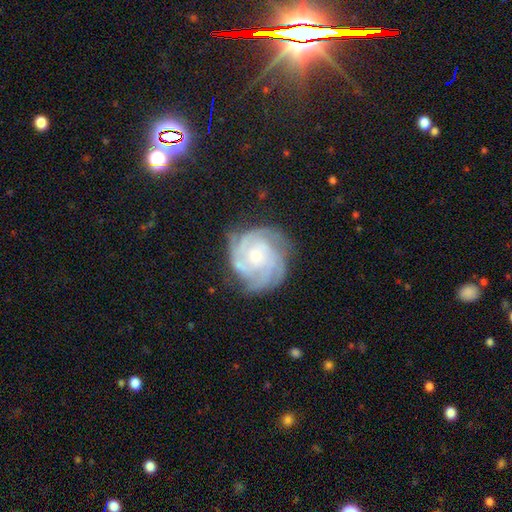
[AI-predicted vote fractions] Morphology: type=featured or disk (85%); edge-on=no (98%); bar=no (74%); spiral arms=yes (97%); winding=tight (71%); arm count=4 (29%); bulge=small (58%); merging=none (74%).